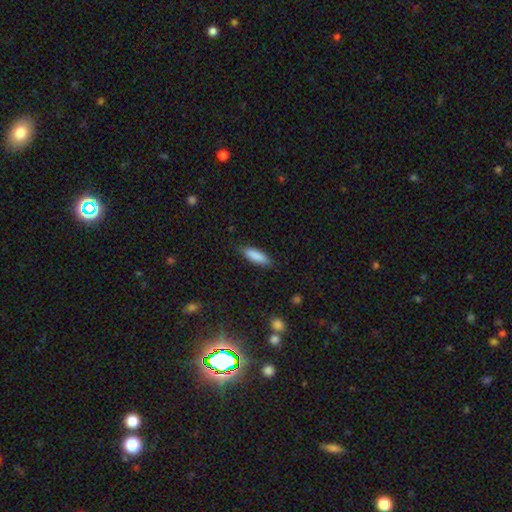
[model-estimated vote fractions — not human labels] A smooth galaxy with no disk features (88%) that is cigar-shaped (50%).

Vote fractions:
- Smooth or featured? smooth: 88% / star or artifact: 6% / featured or disk: 6%
- How rounded? cigar-shaped: 50% / in between: 48% / round: 2%
- Merging? none: 85% / minor disturbance: 11% / major disturbance: 2% / merger: 1%